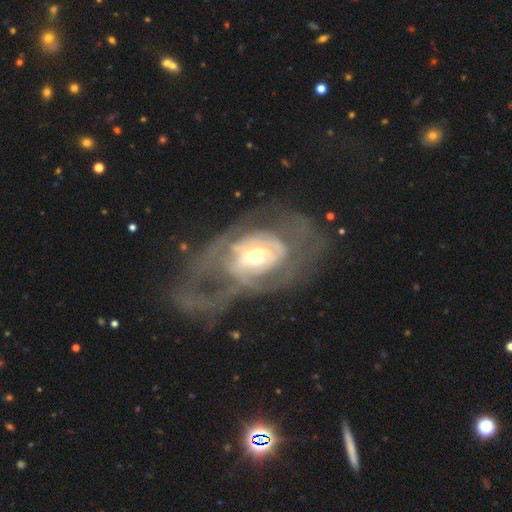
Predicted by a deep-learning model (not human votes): Smooth or featured? Predicted: featured or disk (p=0.80). Edge-on disk? Predicted: no (p=0.95). Bar? Predicted: no (p=0.57). Spiral arms? Predicted: yes (p=0.64). Bulge size? Predicted: moderate (p=0.61). Merging? Predicted: major disturbance (p=0.48).